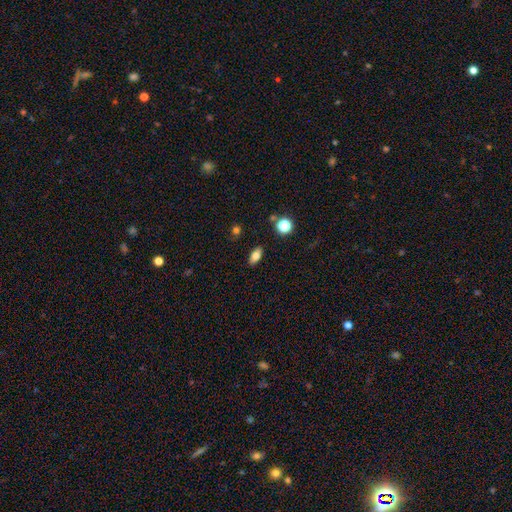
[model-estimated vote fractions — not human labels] Smooth or featured? smooth (76%)
How rounded? in between (86%)
Merging? none (88%)